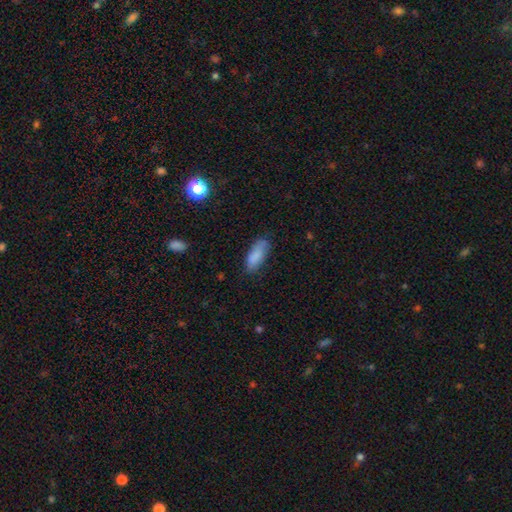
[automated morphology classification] Overall: smooth (86%). How rounded: in between (78%). Merging: none (69%).